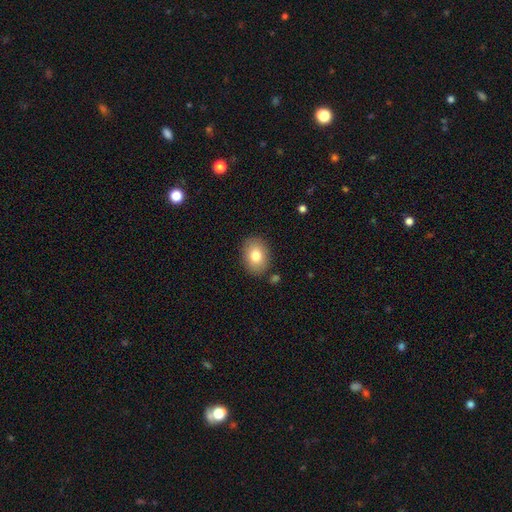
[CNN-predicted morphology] Q: Smooth or featured?
A: smooth (79%); runner-up: featured or disk (13%)
Q: How rounded?
A: in between (64%); runner-up: round (35%)
Q: Merging?
A: none (86%); runner-up: minor disturbance (9%)